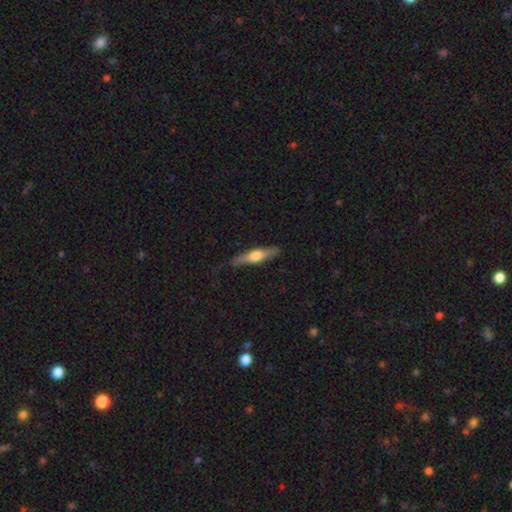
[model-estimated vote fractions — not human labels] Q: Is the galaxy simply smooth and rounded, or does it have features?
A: featured or disk — 53%.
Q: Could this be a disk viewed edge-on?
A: yes — 93%.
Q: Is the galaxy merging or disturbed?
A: none — 74%.